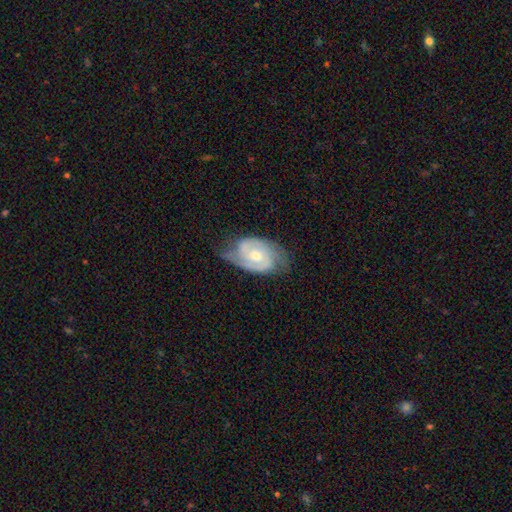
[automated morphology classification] featured or disk 84%, smooth 11%, star or artifact 5%. Down the decision tree: edge-on disk — no (96%); bar — no (61%); spiral arms — yes (95%); spiral arm count — 2 (80%); spiral winding — tight (51%); bulge size — moderate (65%); merging — none (64%).